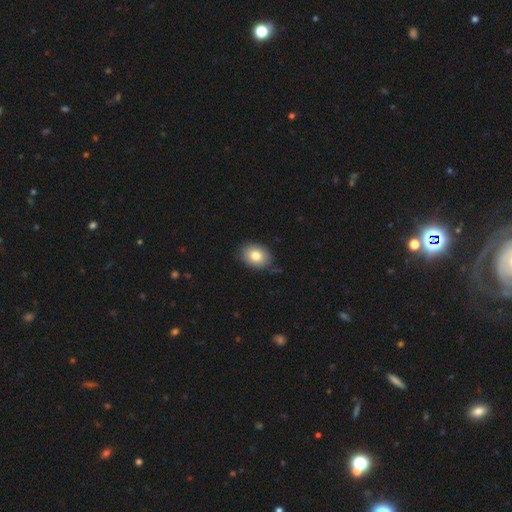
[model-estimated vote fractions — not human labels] Smooth or featured? smooth (81%)
How rounded? in between (66%)
Merging? none (81%)